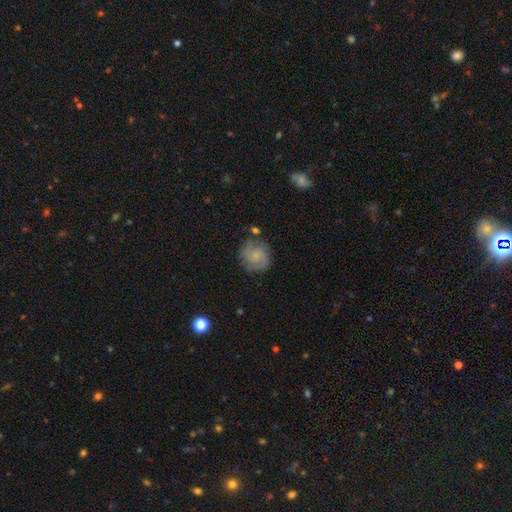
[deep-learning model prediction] featured or disk 47%, smooth 45%, star or artifact 8%. Down the decision tree: merging — none (71%).